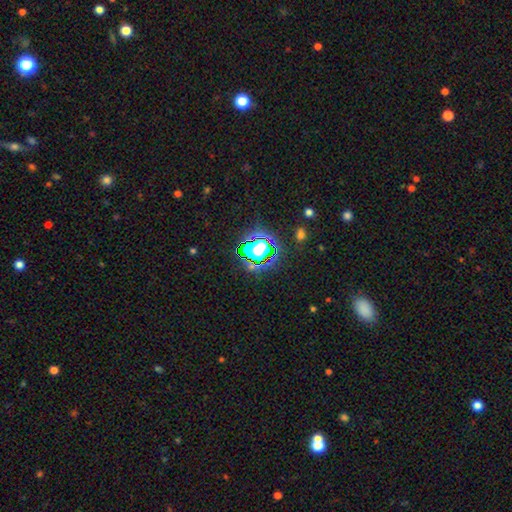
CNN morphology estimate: This is likely a star or artifact rather than a galaxy (65%).